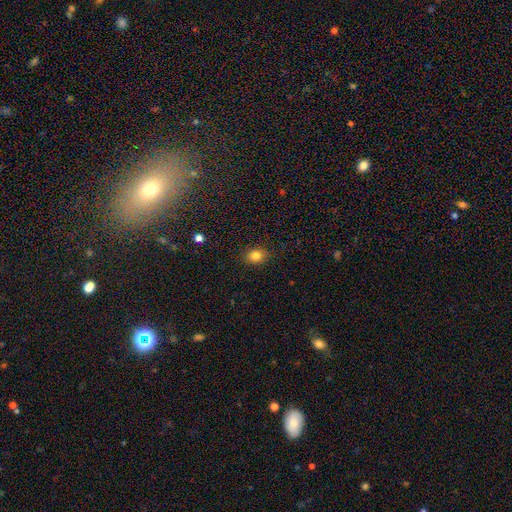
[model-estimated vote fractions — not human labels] This is clearly a smooth galaxy (83%). How rounded: possibly in between (53%). Merging: clearly none (89%).